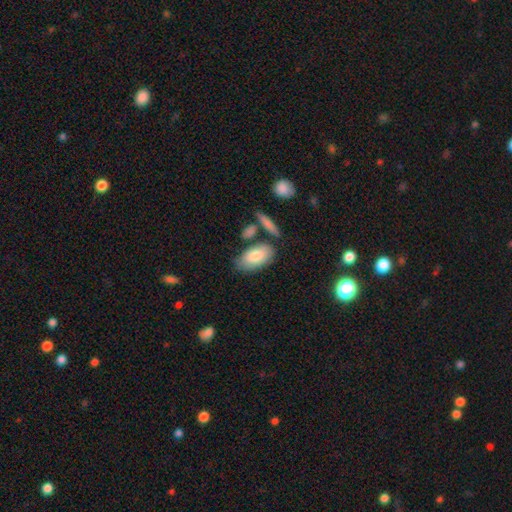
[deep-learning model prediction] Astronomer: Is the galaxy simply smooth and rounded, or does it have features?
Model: smooth — 79%.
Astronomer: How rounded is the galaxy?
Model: in between — 92%.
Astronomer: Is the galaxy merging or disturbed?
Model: none — 67%.